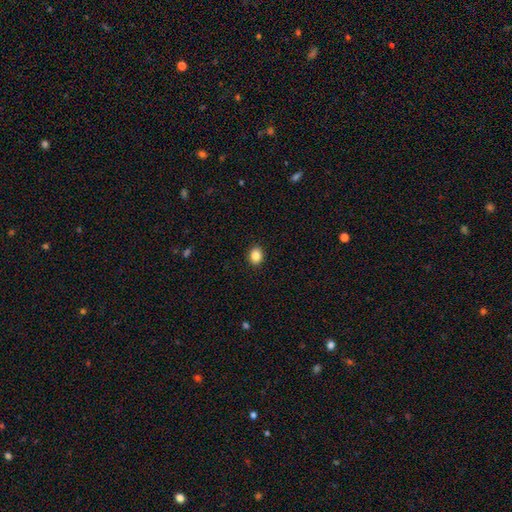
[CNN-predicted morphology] The model was most divided on "how rounded": round: 52%, in between: 48%, cigar-shaped: 1%. More confident: merging — none (91%); smooth or featured — smooth (86%).